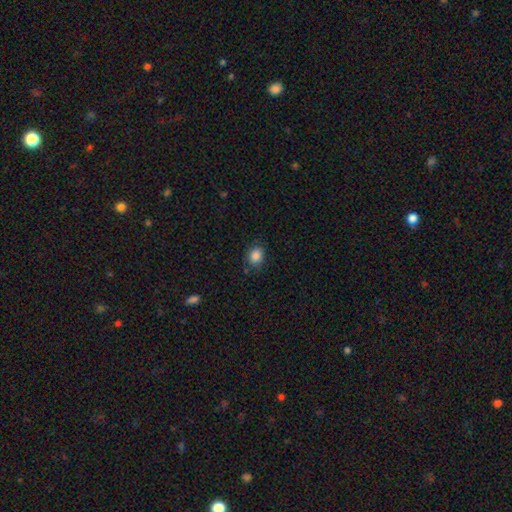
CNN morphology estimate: smooth_or_featured: smooth (p=0.86) [alt: star or artifact p=0.09]
how_rounded: round (p=0.58) [alt: in between p=0.41]
merging: none (p=0.79) [alt: minor disturbance p=0.15]